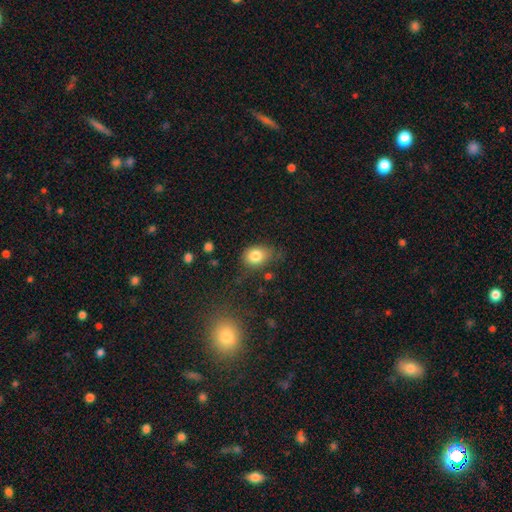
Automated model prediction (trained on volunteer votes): smooth-or-featured: smooth: 82% | star or artifact: 10% | featured or disk: 8%
  how-rounded: in between: 56% | round: 42% | cigar-shaped: 1%
  merging: none: 56% | minor disturbance: 31% | major disturbance: 10% | merger: 3%